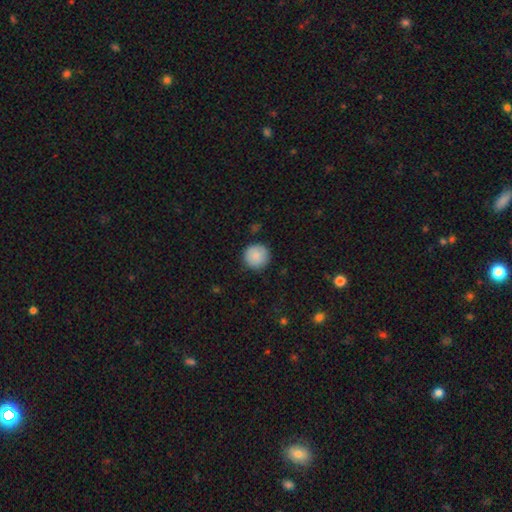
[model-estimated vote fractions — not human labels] Smooth or featured? Predicted: smooth (p=0.86). How rounded? Predicted: round (p=0.95). Merging? Predicted: none (p=0.89).